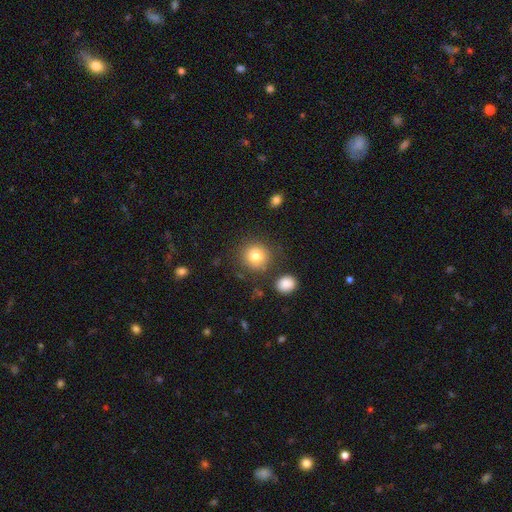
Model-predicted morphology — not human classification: smooth-or-featured: smooth: 82% | star or artifact: 10% | featured or disk: 8%
  how-rounded: round: 91% | in between: 8% | cigar-shaped: 1%
  merging: none: 83% | minor disturbance: 9% | merger: 5% | major disturbance: 3%